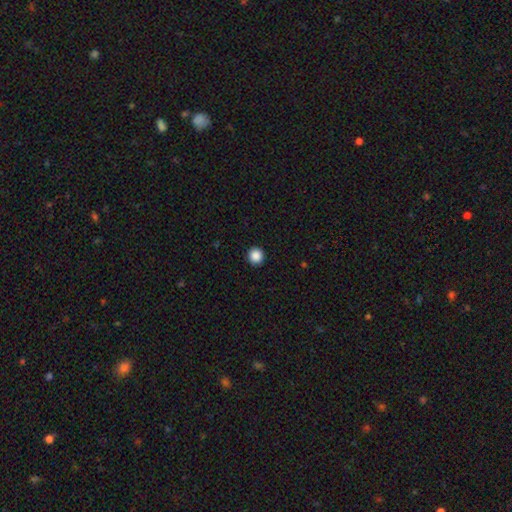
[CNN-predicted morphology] A smooth galaxy with no disk features (88%) that is round (95%). Merging: none (93%).